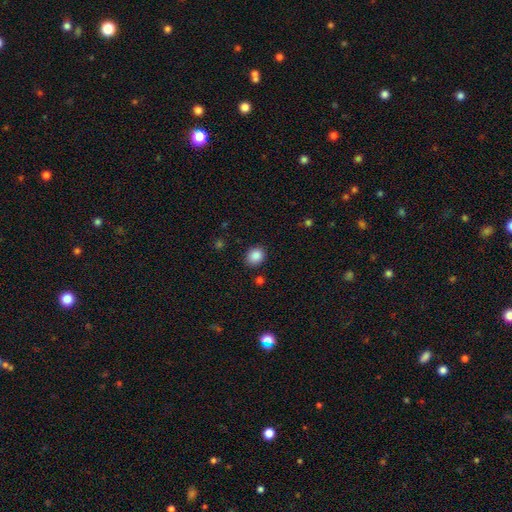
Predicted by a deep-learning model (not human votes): Morphology: type=smooth (87%); roundness=round (70%); merging=none (87%).